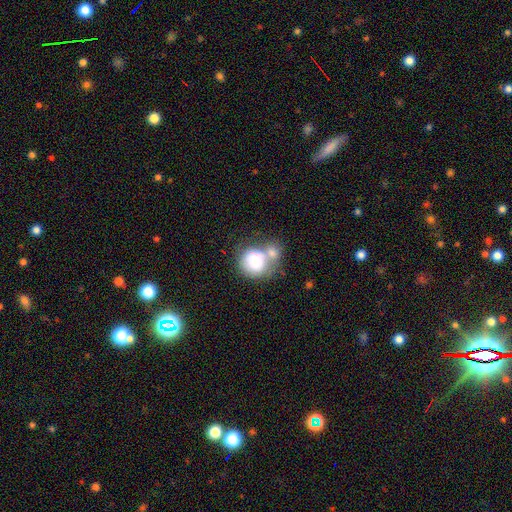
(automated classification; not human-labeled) Q: Smooth or featured?
A: smooth (74%); runner-up: featured or disk (18%)
Q: How rounded?
A: round (77%); runner-up: in between (22%)
Q: Merging?
A: merger (53%); runner-up: none (26%)